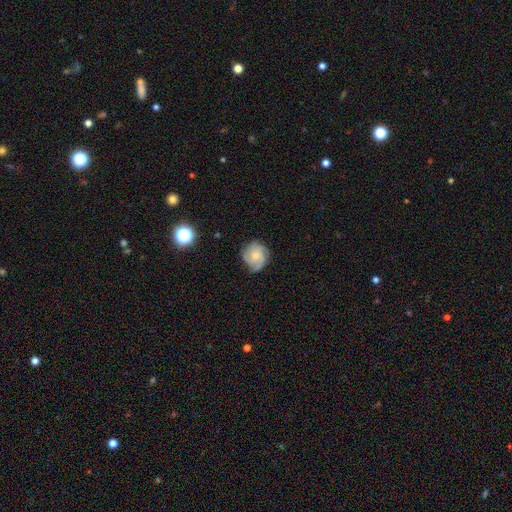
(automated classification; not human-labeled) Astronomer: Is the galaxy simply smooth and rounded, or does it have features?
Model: featured or disk — 62%.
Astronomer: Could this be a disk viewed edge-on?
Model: no — 98%.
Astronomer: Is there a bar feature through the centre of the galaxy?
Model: no — 76%.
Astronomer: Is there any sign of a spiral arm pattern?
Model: yes — 93%.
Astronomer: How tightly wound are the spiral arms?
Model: tight — 50% (runner-up: medium, 38%).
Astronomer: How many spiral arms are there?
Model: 3 — 48%.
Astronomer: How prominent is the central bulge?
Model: small — 49% (runner-up: moderate, 40%).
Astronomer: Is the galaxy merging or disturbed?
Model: none — 71%.